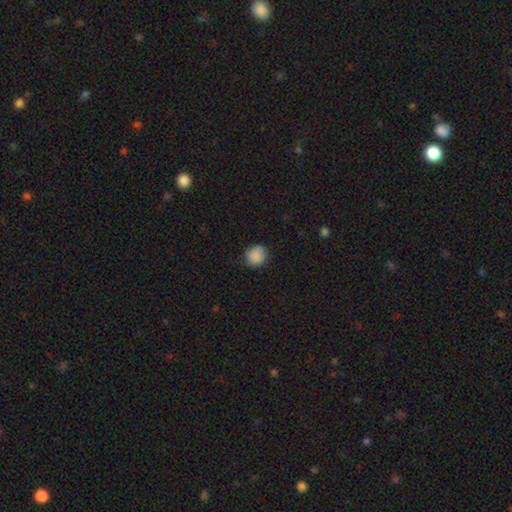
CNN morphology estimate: This appears to be a smooth galaxy with no disk features (87%) that is round (87%). Merging: none (81%).